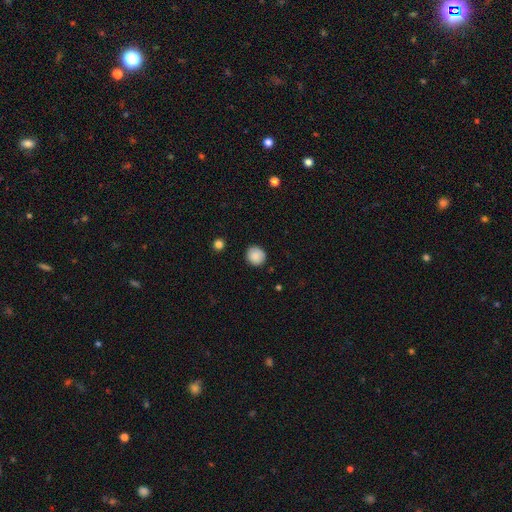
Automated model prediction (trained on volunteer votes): smooth-or-featured: smooth: 87% | star or artifact: 8% | featured or disk: 5%
  how-rounded: round: 90% | in between: 9% | cigar-shaped: 1%
  merging: none: 88% | minor disturbance: 9% | major disturbance: 2% | merger: 1%